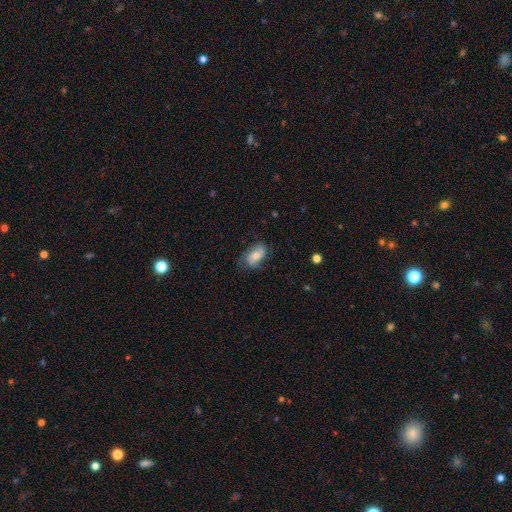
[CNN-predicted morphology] Overall: smooth (67%). How rounded: in between (90%). Merging: none (61%; minor disturbance 27%).